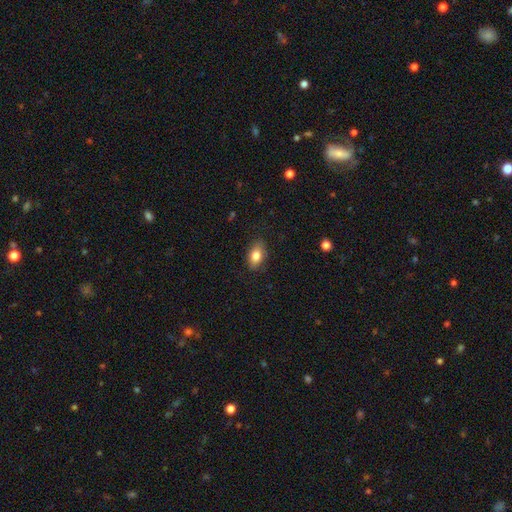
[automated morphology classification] This is clearly a smooth galaxy (81%). How rounded: clearly in between (87%). Merging: clearly none (84%).